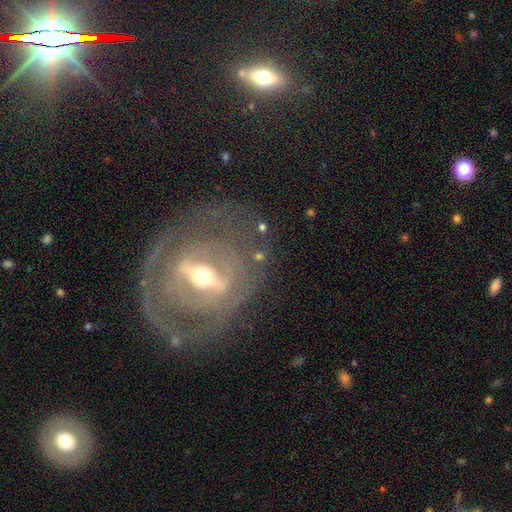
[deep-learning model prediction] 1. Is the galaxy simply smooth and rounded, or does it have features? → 84% featured or disk, 9% smooth, 6% star or artifact.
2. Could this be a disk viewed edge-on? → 87% no, 13% yes.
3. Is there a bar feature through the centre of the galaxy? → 73% strong, 19% weak, 8% no.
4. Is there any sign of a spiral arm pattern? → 59% yes, 41% no.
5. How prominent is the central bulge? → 60% moderate, 32% small, 6% large, 1% dominant, 1% none.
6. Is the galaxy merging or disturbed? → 69% none, 15% minor disturbance, 13% major disturbance, 2% merger.